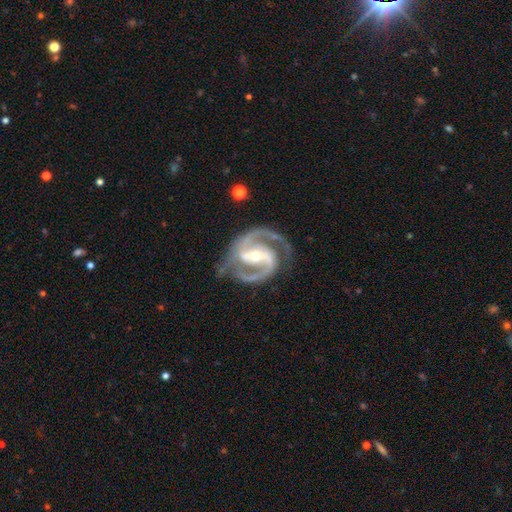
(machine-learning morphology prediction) The model was most divided on "bulge size": moderate: 54%, small: 42%, large: 3%, none: 1%, dominant: 1%. More confident: spiral arms — yes (99%); edge-on disk — no (98%); smooth or featured — featured or disk (93%); spiral arm count — 2 (92%); merging — none (77%); spiral winding — medium (59%); bar — strong (54%).